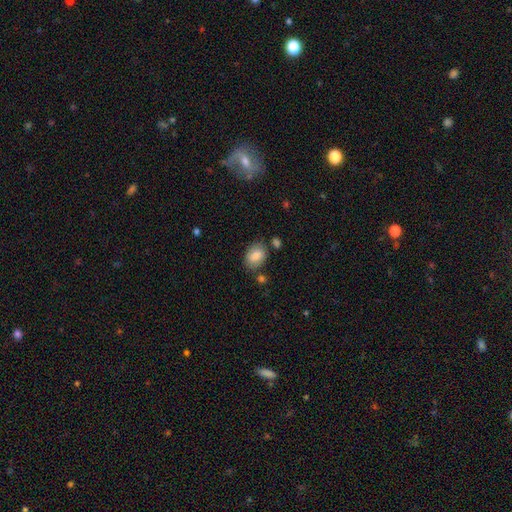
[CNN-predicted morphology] Overall: smooth (83%). How rounded: in between (77%). Merging: none (71%).